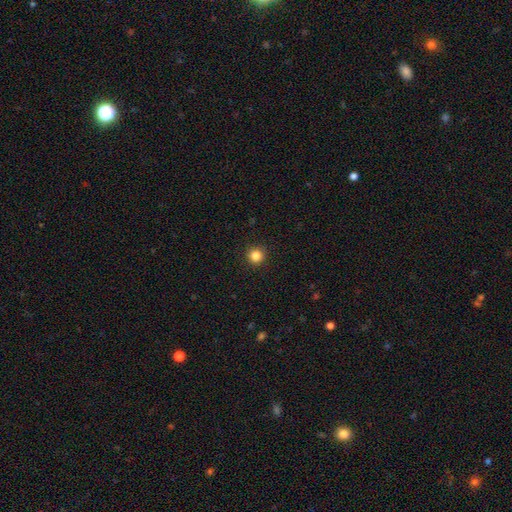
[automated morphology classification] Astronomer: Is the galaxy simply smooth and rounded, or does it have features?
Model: smooth — 85%.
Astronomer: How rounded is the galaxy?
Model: round — 95%.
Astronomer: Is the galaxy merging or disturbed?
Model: none — 93%.